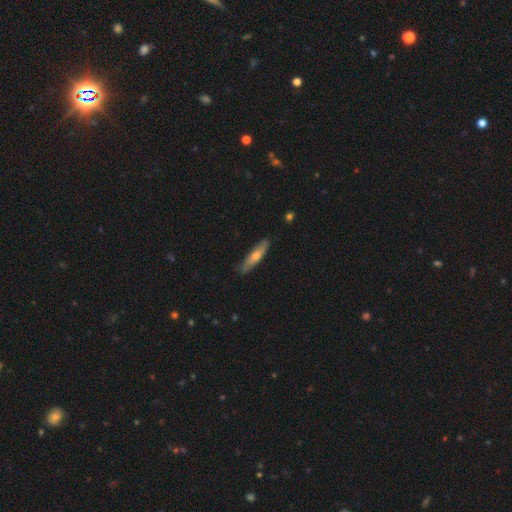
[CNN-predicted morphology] smooth-or-featured: smooth: 56% | featured or disk: 38% | star or artifact: 6%
  how-rounded: cigar-shaped: 83% | in between: 16% | round: 2%
  merging: none: 86% | minor disturbance: 11% | major disturbance: 2% | merger: 1%